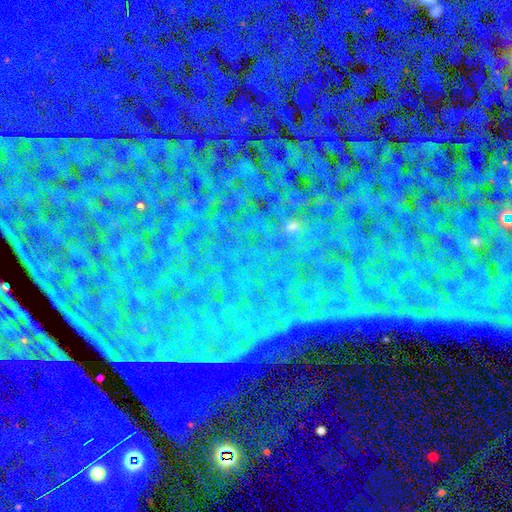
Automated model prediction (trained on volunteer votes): Smooth or featured? star or artifact (87%)